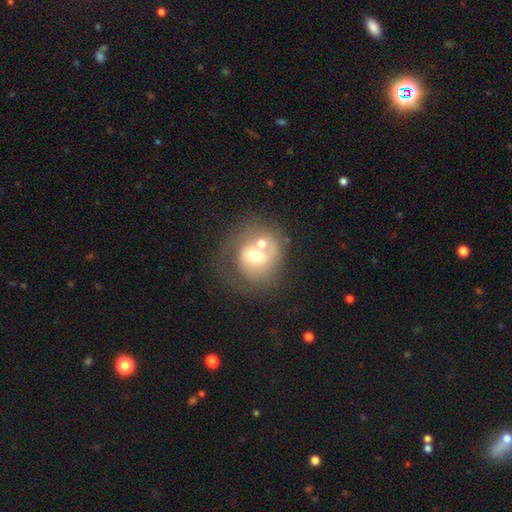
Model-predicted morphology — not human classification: Overall: featured or disk (53%; smooth 38%). Edge-on disk: no (97%). Bar: no (64%; weak 28%). Spiral arms: yes (52%; no 48%). Bulge size: moderate (67%). Merging: merger (44%; none 29%).